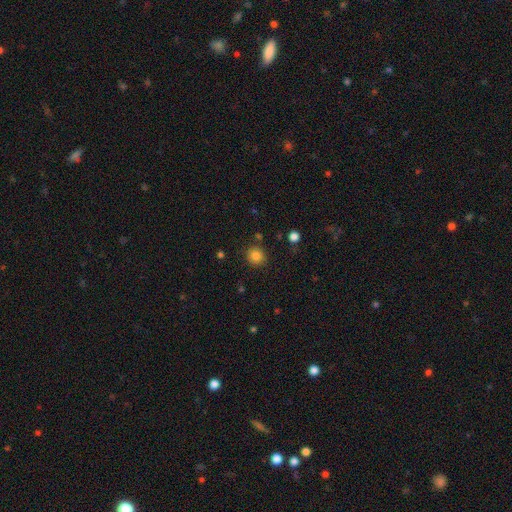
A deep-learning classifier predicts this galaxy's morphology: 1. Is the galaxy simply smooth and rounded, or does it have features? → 83% smooth, 12% star or artifact, 5% featured or disk.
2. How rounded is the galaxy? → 88% round, 11% in between, 1% cigar-shaped.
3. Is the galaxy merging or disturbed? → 86% none, 8% minor disturbance, 3% major disturbance, 3% merger.